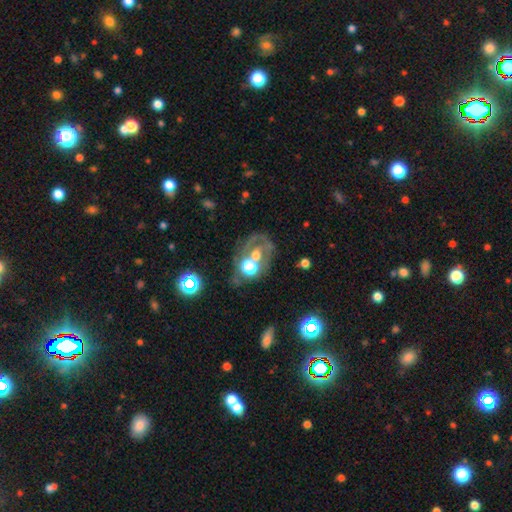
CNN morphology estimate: Smooth or featured?
  - featured or disk: 48% *
  - smooth: 32%
  - star or artifact: 20%
Merging?
  - none: 40% *
  - merger: 32%
  - major disturbance: 15%
  - minor disturbance: 14%